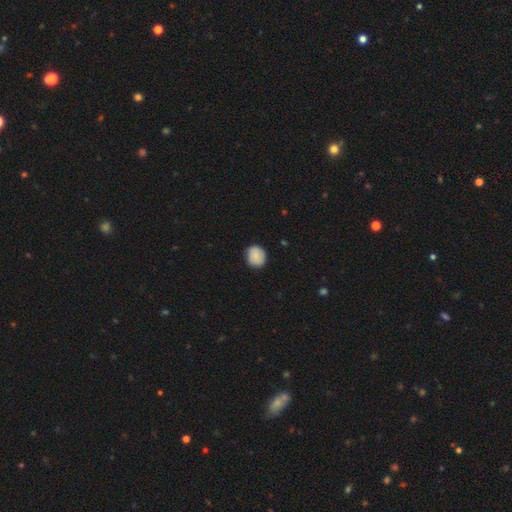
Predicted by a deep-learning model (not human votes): smooth-or-featured: smooth: 84% | featured or disk: 9% | star or artifact: 7%
  how-rounded: round: 80% | in between: 19% | cigar-shaped: 1%
  merging: none: 84% | minor disturbance: 12% | major disturbance: 2% | merger: 1%